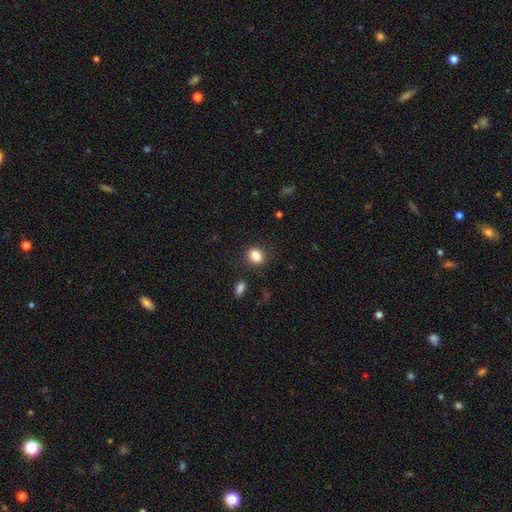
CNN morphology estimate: type=smooth (85%); roundness=round (61%); merging=none (86%).